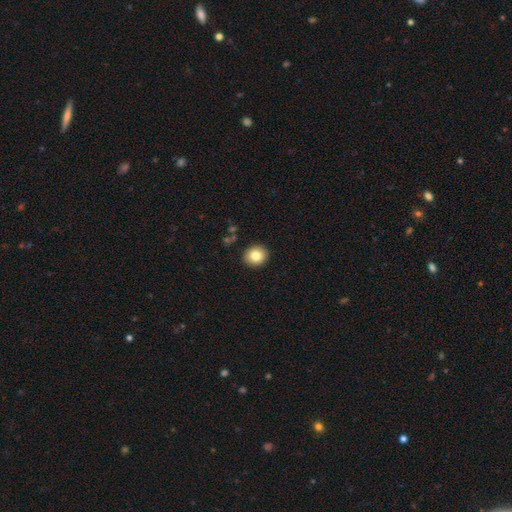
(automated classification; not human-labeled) A smooth galaxy with no disk features (83%) that is round (76%). Merging: none (90%).